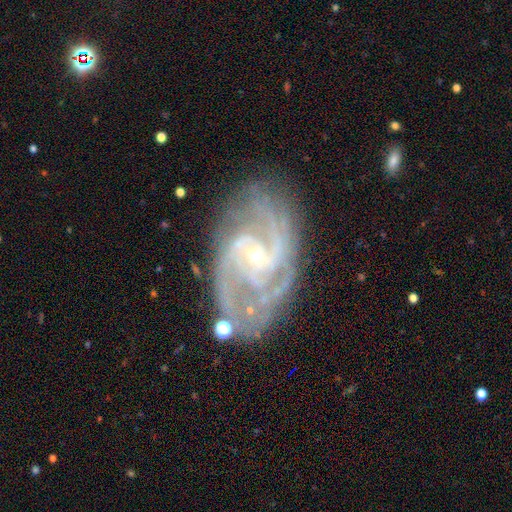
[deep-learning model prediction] A featured or disk galaxy (91%) with no bar (47%), 2 (40%) medium (45%, tied with tight) spiral arms (98%) and a small central bulge (80%). Merging: none (73%).